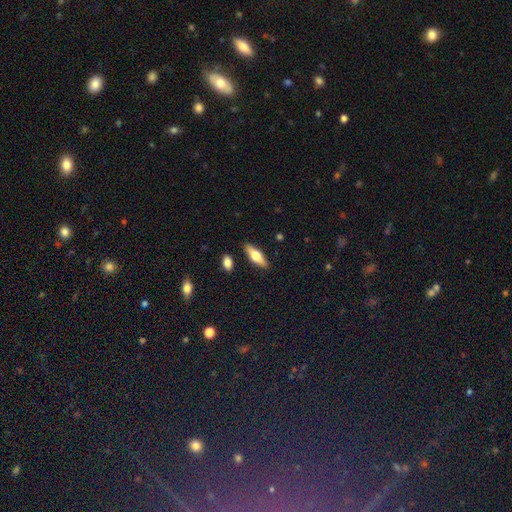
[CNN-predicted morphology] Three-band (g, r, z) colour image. It shows a smooth galaxy with no disk features (53%) that is in between round and cigar-shaped (55%). Merging: none (87%).